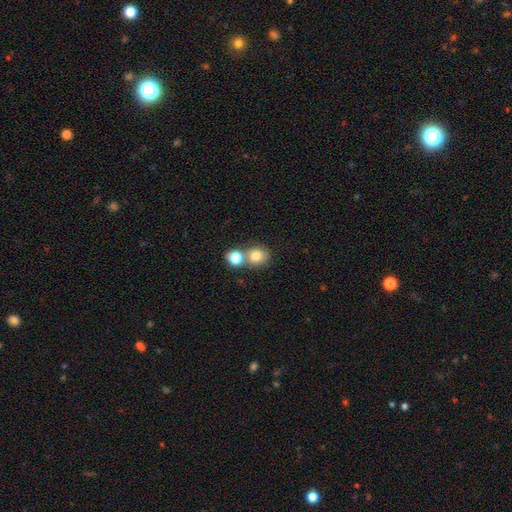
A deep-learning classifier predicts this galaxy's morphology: smooth-or-featured: smooth: 78% | star or artifact: 11% | featured or disk: 11%
  how-rounded: round: 72% | in between: 27% | cigar-shaped: 1%
  merging: merger: 48% | none: 41% | minor disturbance: 8% | major disturbance: 3%